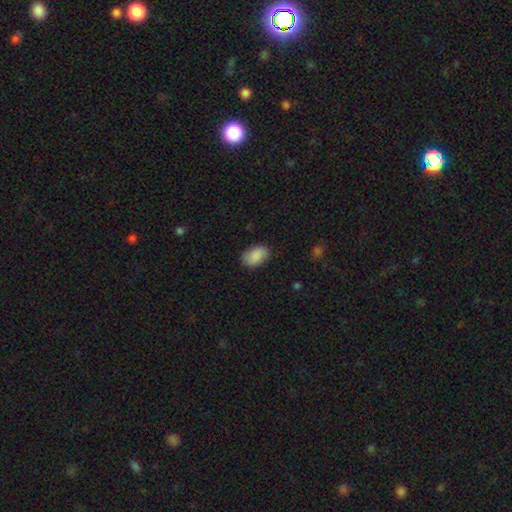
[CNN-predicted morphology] Smooth or featured? Predicted: smooth (p=0.89). How rounded? Predicted: in between (p=0.90). Merging? Predicted: none (p=0.82).